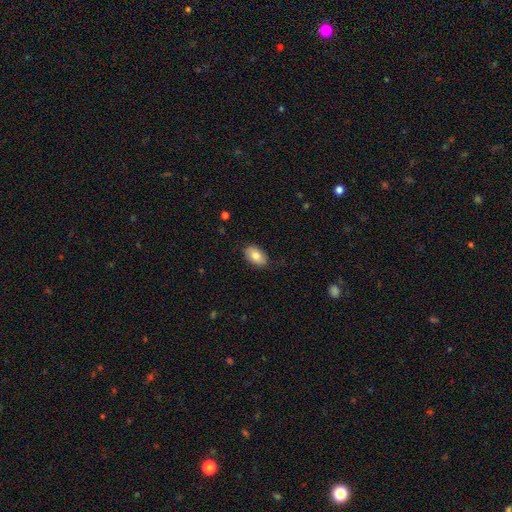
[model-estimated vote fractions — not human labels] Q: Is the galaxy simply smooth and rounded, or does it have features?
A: smooth — 80%.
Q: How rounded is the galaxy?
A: in between — 92%.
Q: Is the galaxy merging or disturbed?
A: none — 85%.